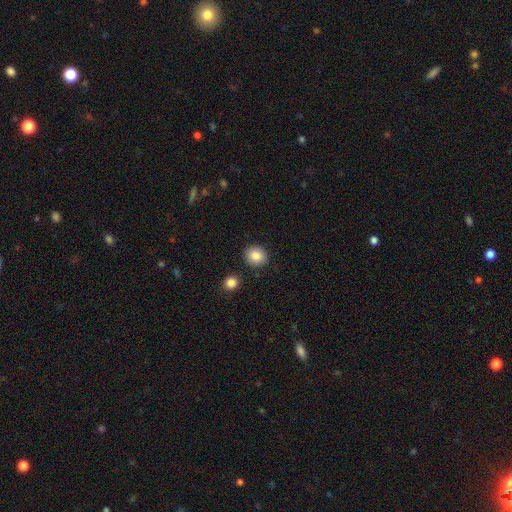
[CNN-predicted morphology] Smooth or featured: smooth — 86% (star or artifact — 9%)
How rounded: round — 85% (in between — 14%)
Merging: none — 89% (minor disturbance — 6%)